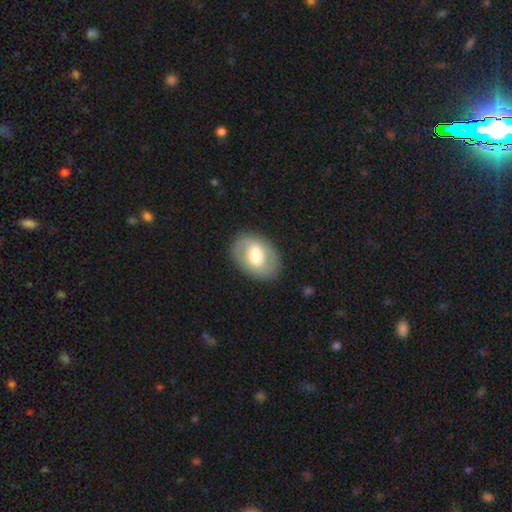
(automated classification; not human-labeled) Q: Smooth or featured?
A: smooth (48%); runner-up: featured or disk (45%)
Q: Merging?
A: none (84%); runner-up: minor disturbance (10%)